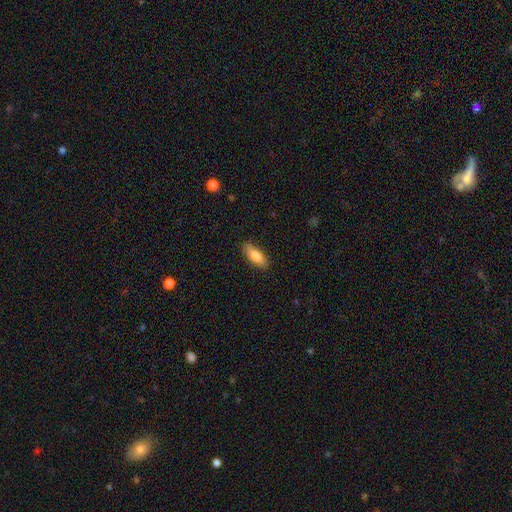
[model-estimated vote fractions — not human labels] smooth_or_featured: smooth (p=0.81) [alt: featured or disk p=0.13]
how_rounded: in between (p=0.68) [alt: cigar-shaped p=0.30]
merging: none (p=0.81) [alt: minor disturbance p=0.14]